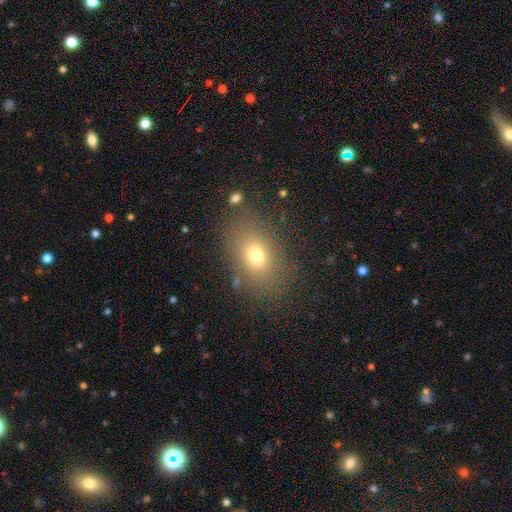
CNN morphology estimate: smooth_or_featured: smooth (p=0.71) [alt: star or artifact p=0.15]
how_rounded: in between (p=0.77) [alt: round p=0.21]
merging: none (p=0.81) [alt: minor disturbance p=0.11]